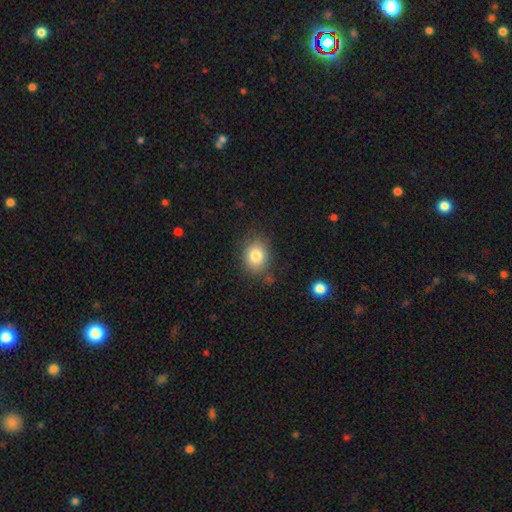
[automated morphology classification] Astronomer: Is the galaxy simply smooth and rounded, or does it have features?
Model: smooth — 82%.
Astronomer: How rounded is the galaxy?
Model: round — 57% (runner-up: in between, 42%).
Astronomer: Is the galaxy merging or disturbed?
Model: none — 77%.